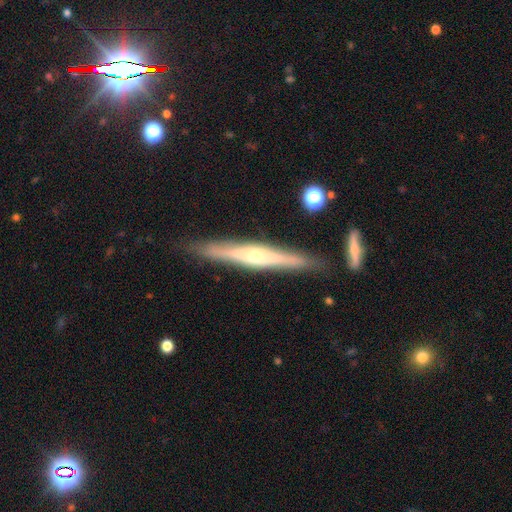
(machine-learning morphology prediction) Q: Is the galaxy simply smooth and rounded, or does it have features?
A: featured or disk — 70%.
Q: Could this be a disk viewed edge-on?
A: yes — 95%.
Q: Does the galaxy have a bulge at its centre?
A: rounded — 77%.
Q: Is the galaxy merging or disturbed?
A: none — 85%.